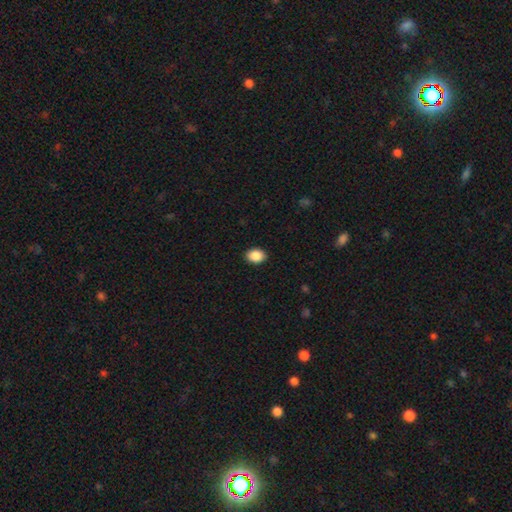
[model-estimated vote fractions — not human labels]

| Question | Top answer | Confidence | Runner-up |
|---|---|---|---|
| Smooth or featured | smooth | 89% | star or artifact (8%) |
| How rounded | in between | 71% | round (28%) |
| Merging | none | 90% | minor disturbance (7%) |